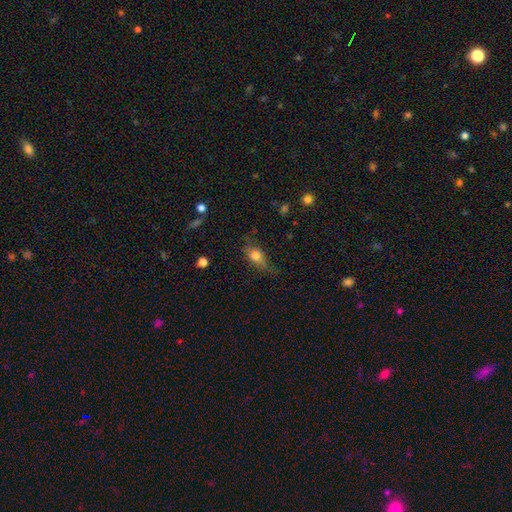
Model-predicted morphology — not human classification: smooth_or_featured: smooth (p=0.72) [alt: featured or disk p=0.19]
how_rounded: in between (p=0.71) [alt: round p=0.18]
merging: none (p=0.55) [alt: minor disturbance p=0.31]